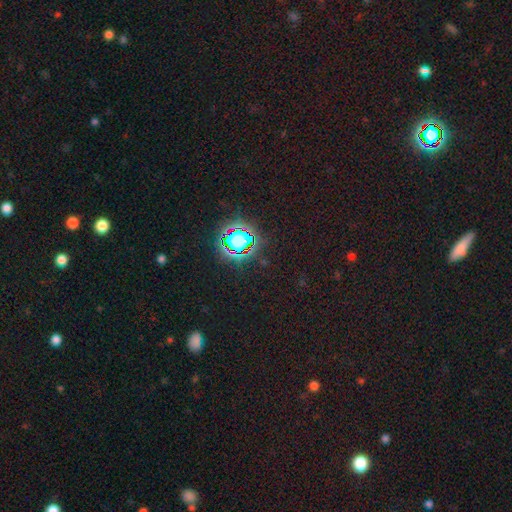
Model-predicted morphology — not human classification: Smooth or featured: star or artifact — 78% (smooth — 15%)